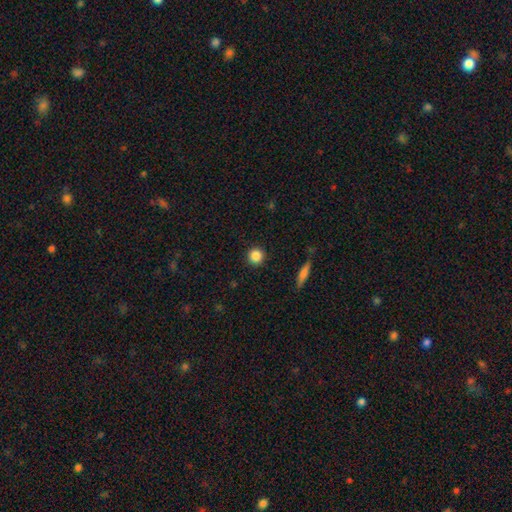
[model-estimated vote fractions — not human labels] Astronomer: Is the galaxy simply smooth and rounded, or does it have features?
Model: smooth — 86%.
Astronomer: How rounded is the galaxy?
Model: round — 94%.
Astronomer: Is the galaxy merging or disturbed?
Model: none — 91%.